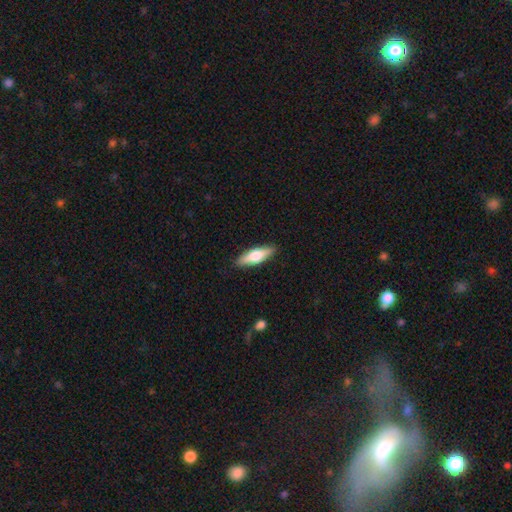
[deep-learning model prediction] Smooth or featured? smooth (54%)
How rounded? in between (49%)
Merging? none (89%)